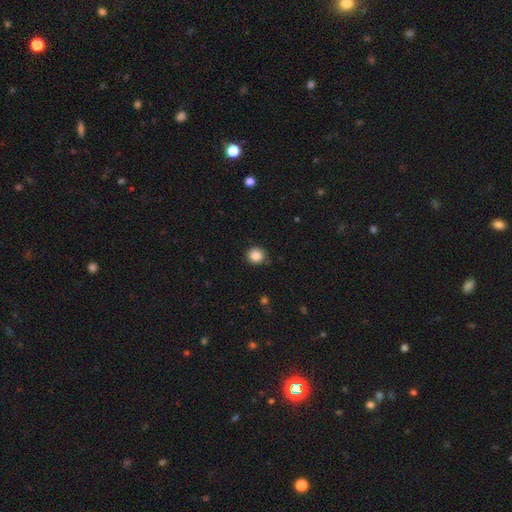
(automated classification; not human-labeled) smooth 86%, star or artifact 10%, featured or disk 4%. Down the decision tree: how rounded — round (91%); merging — none (81%).